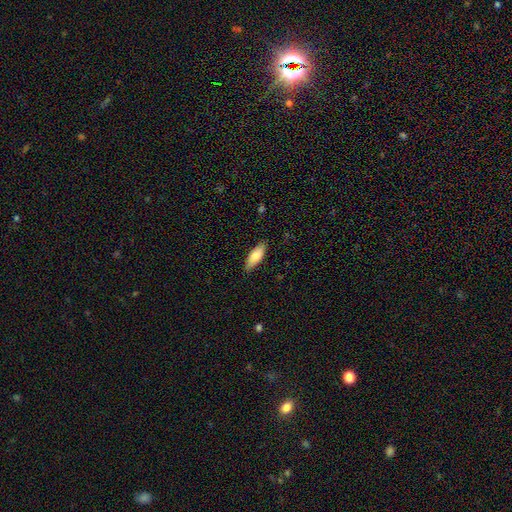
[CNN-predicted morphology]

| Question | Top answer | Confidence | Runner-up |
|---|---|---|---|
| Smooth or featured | smooth | 80% | featured or disk (14%) |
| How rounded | in between | 66% | cigar-shaped (32%) |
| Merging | none | 86% | minor disturbance (11%) |